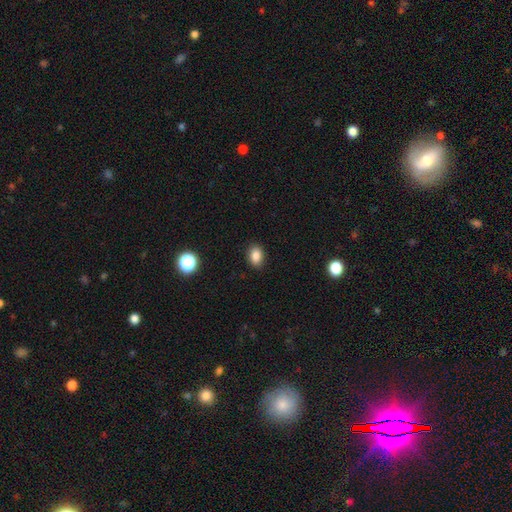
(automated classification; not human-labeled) A smooth galaxy with no disk features (85%) that is in between round and cigar-shaped (76%). Merging: none (88%).